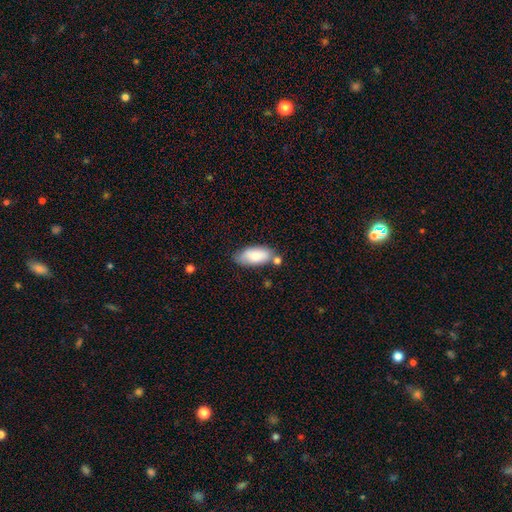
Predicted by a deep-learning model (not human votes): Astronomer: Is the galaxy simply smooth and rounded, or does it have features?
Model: smooth — 85%.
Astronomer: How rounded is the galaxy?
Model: in between — 89%.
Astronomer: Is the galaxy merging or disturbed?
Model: none — 58%.